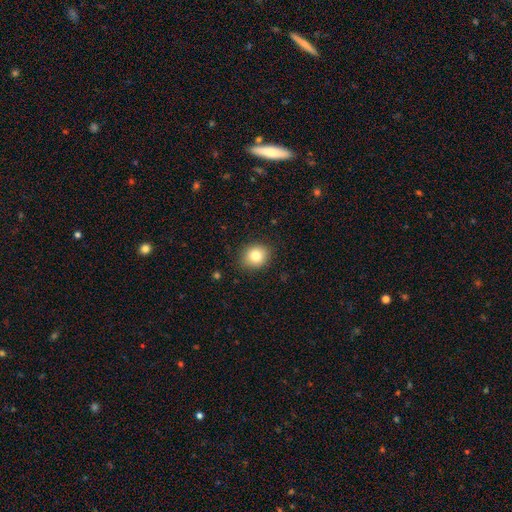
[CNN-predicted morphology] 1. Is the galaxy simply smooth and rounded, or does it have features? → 83% smooth, 10% star or artifact, 8% featured or disk.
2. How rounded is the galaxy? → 71% round, 28% in between, 1% cigar-shaped.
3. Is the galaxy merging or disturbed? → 88% none, 9% minor disturbance, 2% major disturbance, 1% merger.